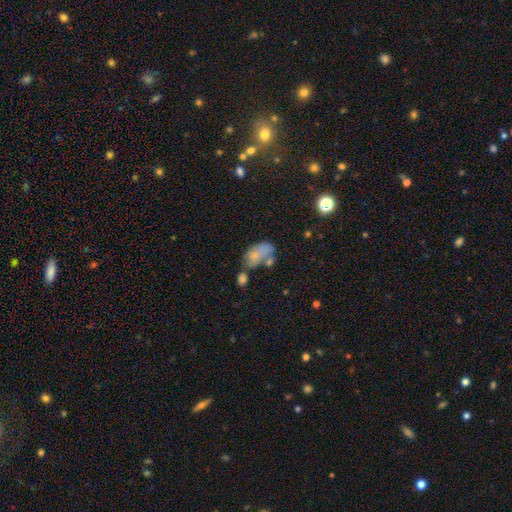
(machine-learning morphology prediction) Q: Smooth or featured?
A: smooth (64%); runner-up: featured or disk (26%)
Q: How rounded?
A: in between (90%); runner-up: round (8%)
Q: Merging?
A: merger (34%); runner-up: none (27%)